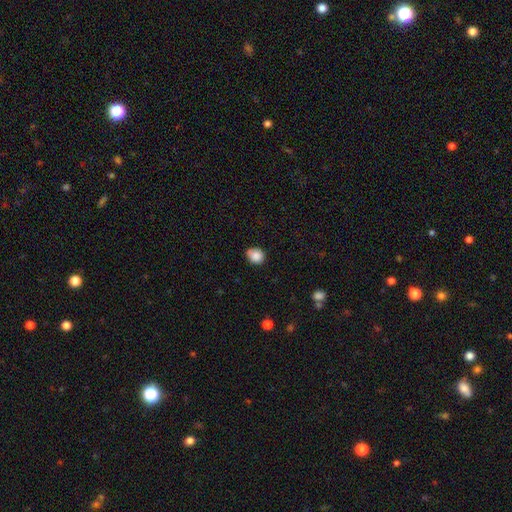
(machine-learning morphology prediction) smooth 86%, star or artifact 9%, featured or disk 5%. Down the decision tree: how rounded — round (70%); merging — none (63%).